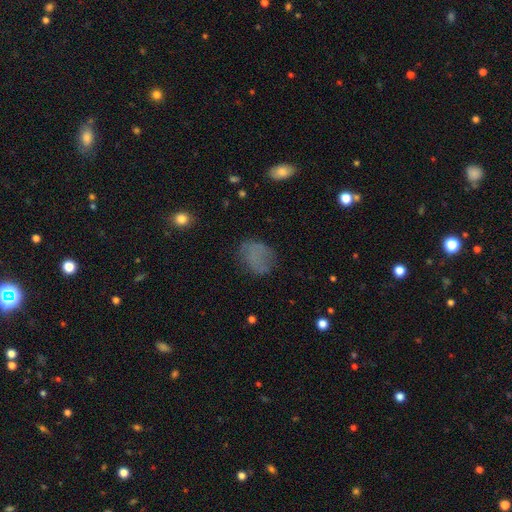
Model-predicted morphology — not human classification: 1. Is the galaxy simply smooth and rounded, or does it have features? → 67% smooth, 17% featured or disk, 16% star or artifact.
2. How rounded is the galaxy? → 62% in between, 37% round, 2% cigar-shaped.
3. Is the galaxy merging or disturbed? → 63% none, 22% minor disturbance, 14% major disturbance, 2% merger.